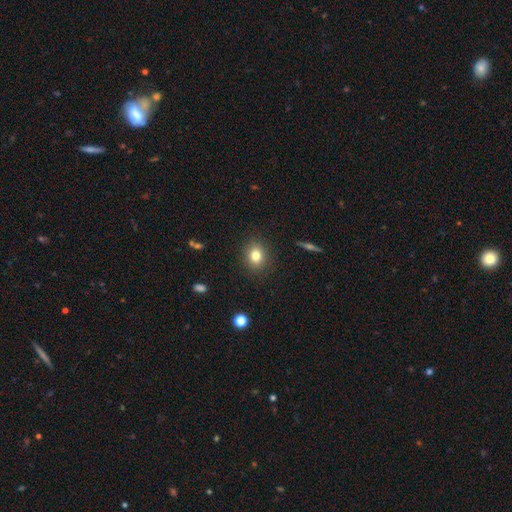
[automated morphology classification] type=smooth (79%); roundness=round (67%); merging=none (89%).